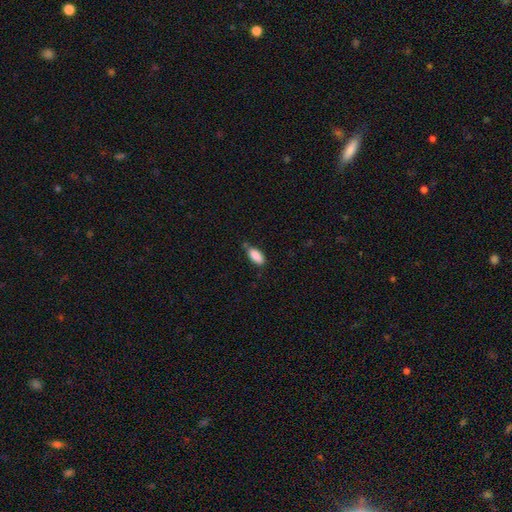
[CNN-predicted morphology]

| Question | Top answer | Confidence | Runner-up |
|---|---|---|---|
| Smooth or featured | smooth | 88% | star or artifact (7%) |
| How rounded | in between | 89% | cigar-shaped (9%) |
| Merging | none | 67% | minor disturbance (23%) |